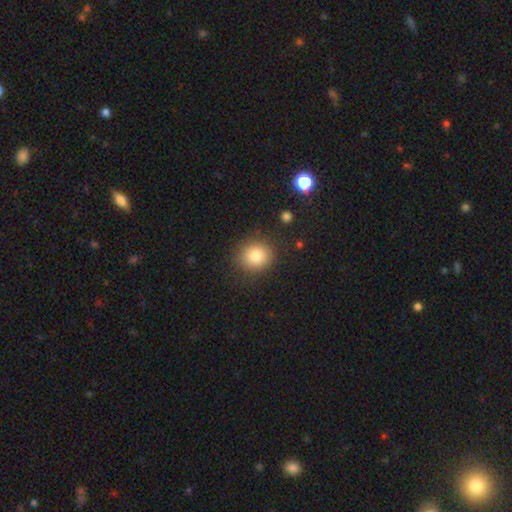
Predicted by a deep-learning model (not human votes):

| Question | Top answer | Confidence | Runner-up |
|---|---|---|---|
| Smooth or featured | smooth | 83% | star or artifact (10%) |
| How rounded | round | 80% | in between (19%) |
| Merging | none | 85% | minor disturbance (10%) |